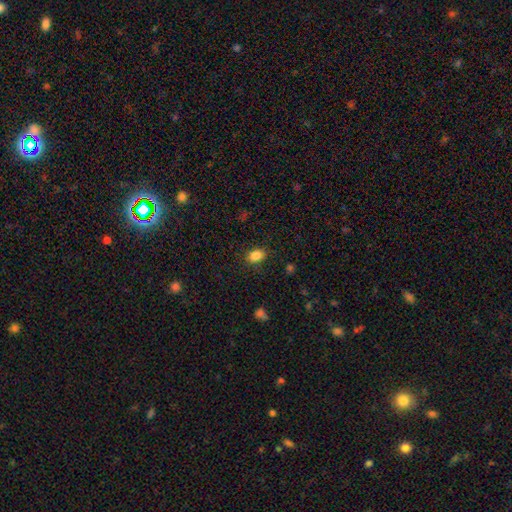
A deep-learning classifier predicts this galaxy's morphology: Smooth or featured: smooth — 85% (star or artifact — 10%)
How rounded: in between — 76% (round — 23%)
Merging: none — 84% (minor disturbance — 11%)